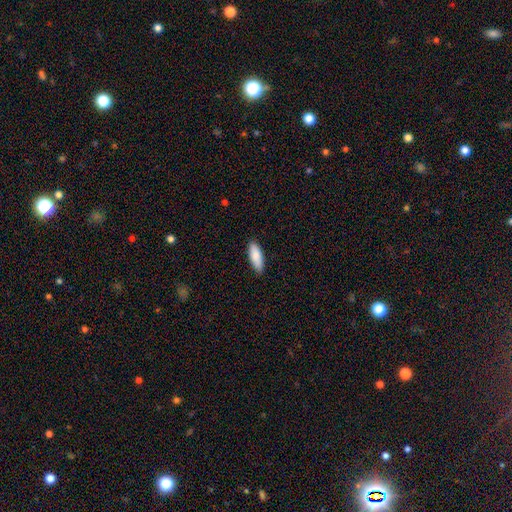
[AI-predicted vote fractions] Smooth or featured: smooth — 87% (featured or disk — 7%)
How rounded: in between — 67% (cigar-shaped — 32%)
Merging: none — 87% (minor disturbance — 10%)